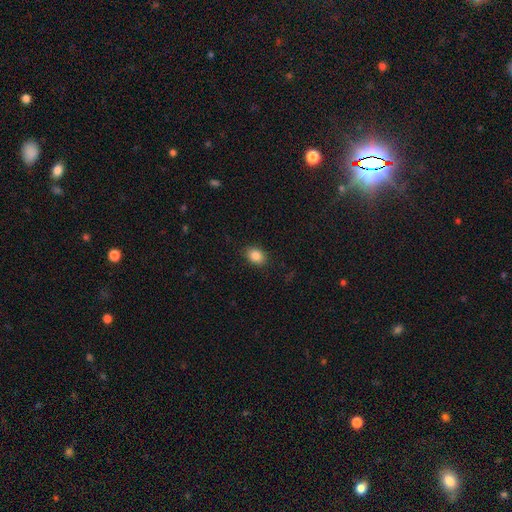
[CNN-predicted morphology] Smooth or featured: smooth — 86% (star or artifact — 9%)
How rounded: in between — 72% (round — 27%)
Merging: none — 87% (minor disturbance — 9%)